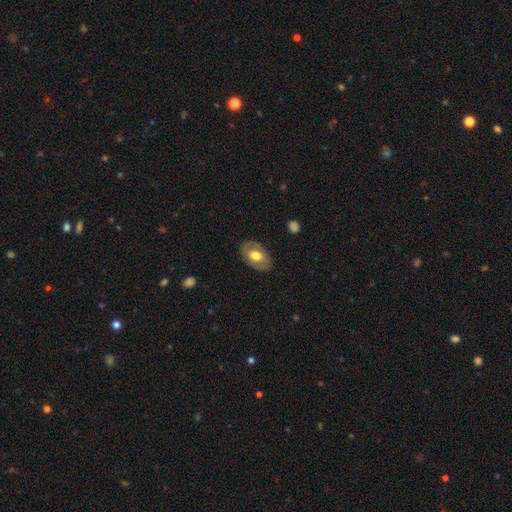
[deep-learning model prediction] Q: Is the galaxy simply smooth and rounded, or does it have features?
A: smooth — 51%.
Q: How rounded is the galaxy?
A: in between — 86%.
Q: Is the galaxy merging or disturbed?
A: none — 82%.